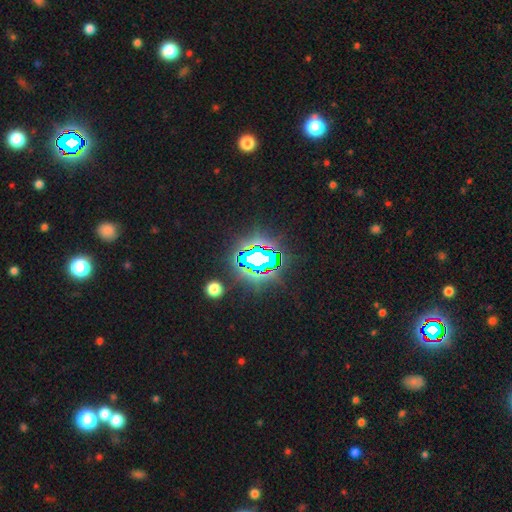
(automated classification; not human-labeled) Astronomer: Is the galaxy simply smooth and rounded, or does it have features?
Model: star or artifact — 76%.